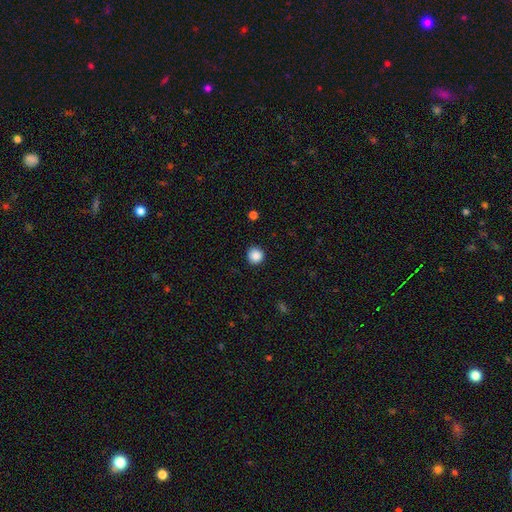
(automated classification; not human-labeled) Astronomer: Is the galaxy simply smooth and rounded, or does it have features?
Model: smooth — 88%.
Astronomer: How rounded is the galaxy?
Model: round — 95%.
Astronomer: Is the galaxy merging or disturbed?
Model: none — 92%.